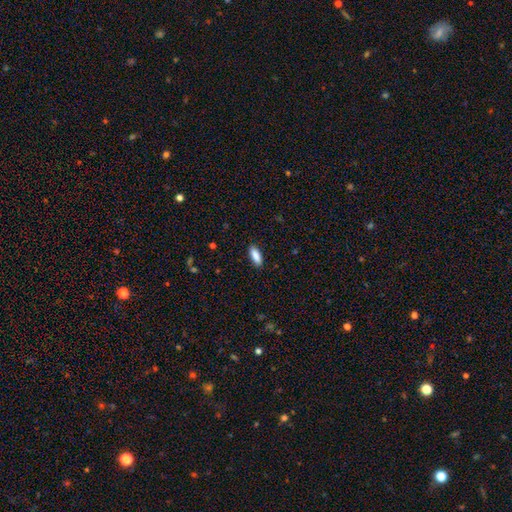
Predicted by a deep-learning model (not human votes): A smooth galaxy with no disk features (89%) that is in between round and cigar-shaped (69%). Merging: none (89%).